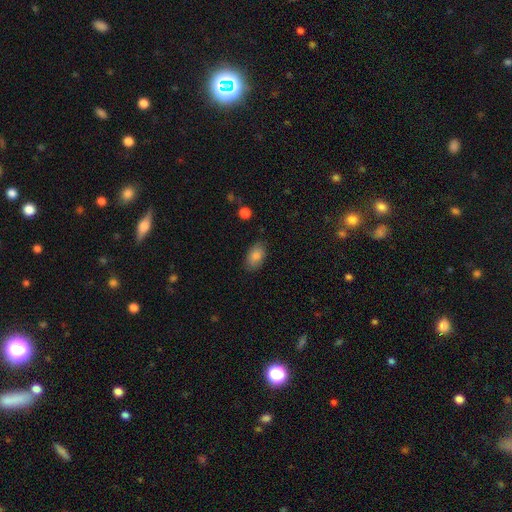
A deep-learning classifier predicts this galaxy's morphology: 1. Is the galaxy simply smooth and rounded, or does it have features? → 83% smooth, 9% featured or disk, 8% star or artifact.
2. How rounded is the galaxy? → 92% in between, 7% round, 2% cigar-shaped.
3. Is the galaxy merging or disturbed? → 83% none, 13% minor disturbance, 3% major disturbance, 1% merger.